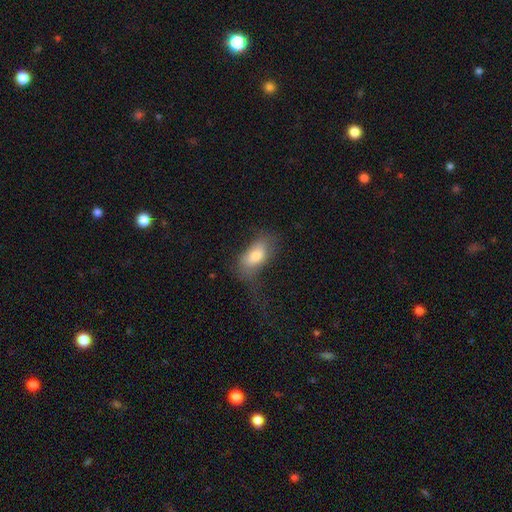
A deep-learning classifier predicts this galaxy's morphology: smooth 76%, featured or disk 16%, star or artifact 8%. Down the decision tree: how rounded — in between (91%); merging — none (38%).